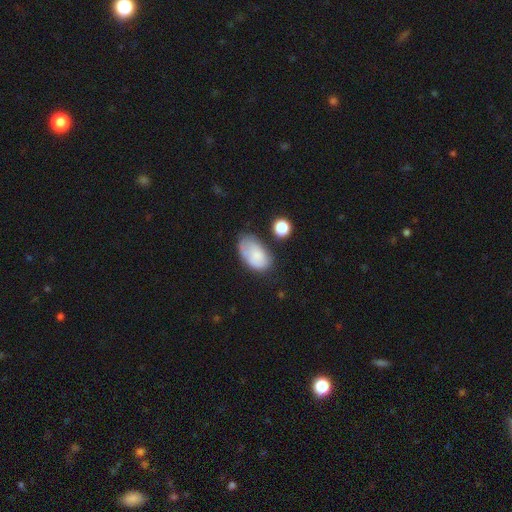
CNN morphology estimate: Q: Smooth or featured?
A: smooth (69%); runner-up: featured or disk (23%)
Q: How rounded?
A: in between (92%); runner-up: round (7%)
Q: Merging?
A: none (44%); runner-up: minor disturbance (32%)